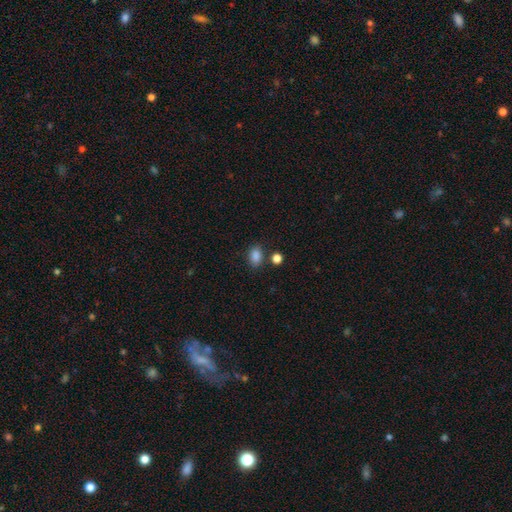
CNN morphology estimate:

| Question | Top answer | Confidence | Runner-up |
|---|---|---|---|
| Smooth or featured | smooth | 86% | star or artifact (11%) |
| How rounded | in between | 78% | round (20%) |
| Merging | none | 76% | minor disturbance (13%) |